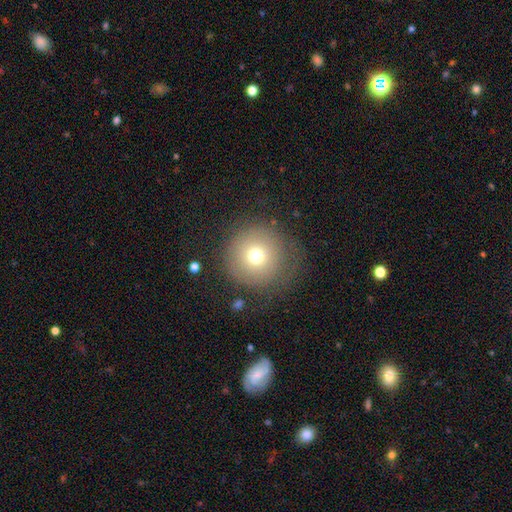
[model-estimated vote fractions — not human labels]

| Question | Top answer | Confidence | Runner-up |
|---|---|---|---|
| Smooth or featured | smooth | 71% | featured or disk (15%) |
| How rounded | round | 95% | in between (4%) |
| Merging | none | 75% | minor disturbance (14%) |